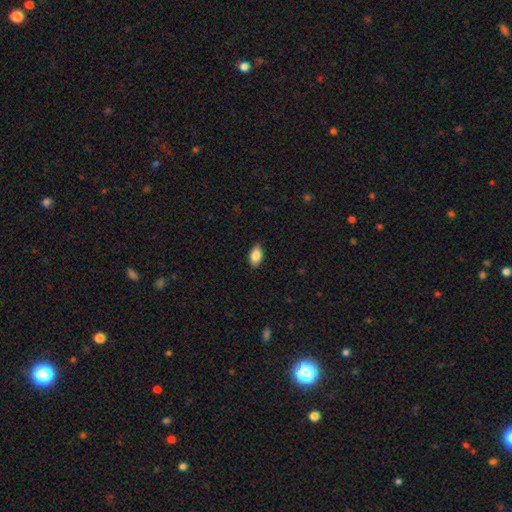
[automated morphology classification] This is clearly a smooth galaxy (84%). How rounded: clearly in between (91%). Merging: clearly none (86%).